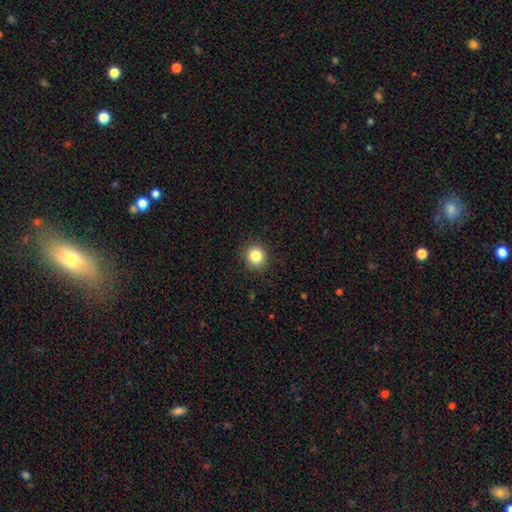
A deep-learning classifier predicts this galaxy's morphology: Q: Smooth or featured?
A: smooth (84%); runner-up: star or artifact (11%)
Q: How rounded?
A: round (90%); runner-up: in between (9%)
Q: Merging?
A: none (90%); runner-up: minor disturbance (7%)